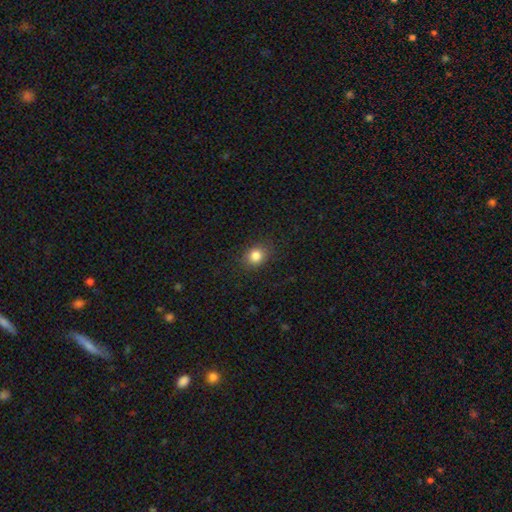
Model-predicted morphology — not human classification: smooth-or-featured: smooth: 84% | star or artifact: 11% | featured or disk: 5%
  how-rounded: round: 68% | in between: 31% | cigar-shaped: 1%
  merging: none: 87% | minor disturbance: 10% | major disturbance: 3% | merger: 1%